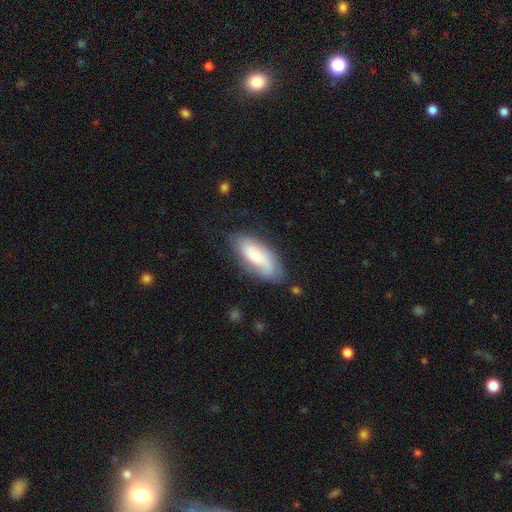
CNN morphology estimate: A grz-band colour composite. It shows a featured or disk galaxy (48%). Merging: none (70%).